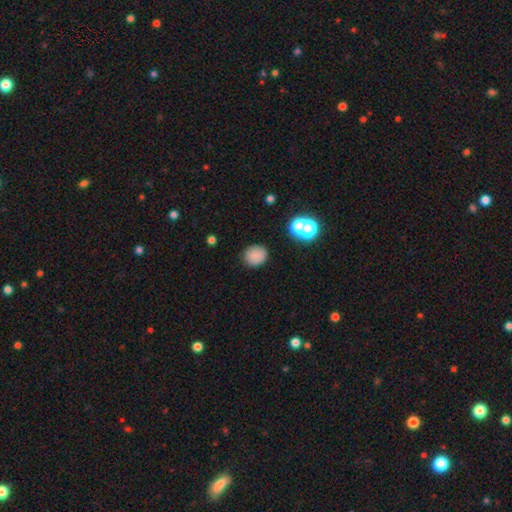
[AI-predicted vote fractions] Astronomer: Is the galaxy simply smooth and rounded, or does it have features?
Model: smooth — 82%.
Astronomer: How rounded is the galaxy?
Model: round — 68%.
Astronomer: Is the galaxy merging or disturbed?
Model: none — 85%.